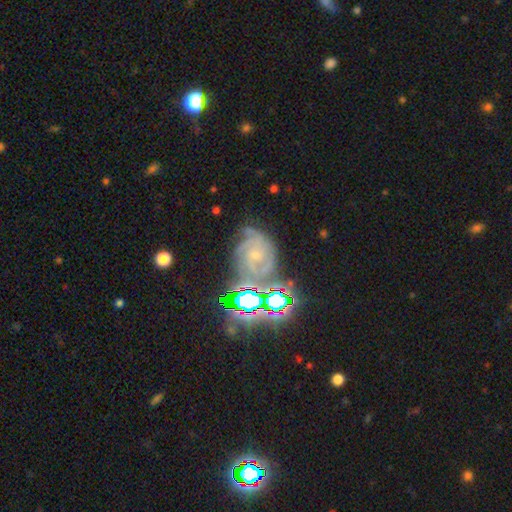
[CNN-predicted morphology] Smooth or featured?
  - featured or disk: 65% *
  - star or artifact: 24%
  - smooth: 10%
Edge-on disk?
  - no: 97% *
  - yes: 3%
Bar?
  - no: 65% *
  - weak: 26%
  - strong: 9%
Spiral arms?
  - yes: 96% *
  - no: 4%
Spiral winding?
  - tight: 67% *
  - medium: 28%
  - loose: 5%
Spiral arm count?
  - 3: 37% *
  - can't tell: 20%
  - 2: 18%
  - 4: 11%
  - more than 4: 7%
  - 1: 6%
Bulge size?
  - small: 70% *
  - moderate: 24%
  - none: 3%
  - large: 2%
  - dominant: 1%
Merging?
  - none: 63% *
  - minor disturbance: 20%
  - major disturbance: 10%
  - merger: 8%